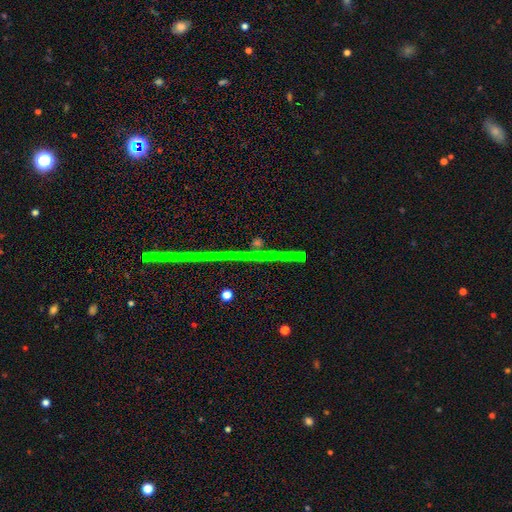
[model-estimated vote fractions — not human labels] Smooth or featured: star or artifact — 71% (featured or disk — 18%)